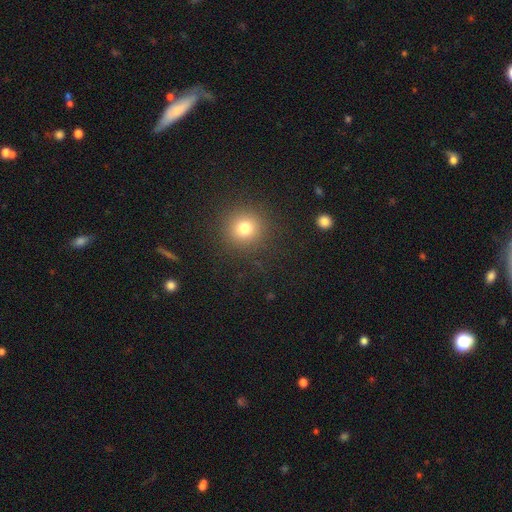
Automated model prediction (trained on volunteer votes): The model was most divided on "smooth or featured": smooth: 56%, star or artifact: 35%, featured or disk: 9%. More confident: how rounded — round (94%); merging — none (91%).